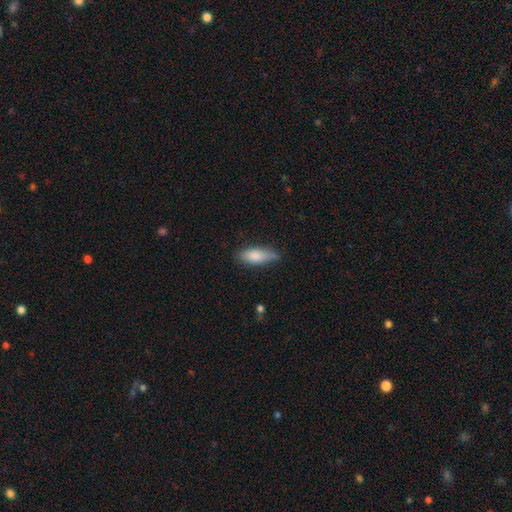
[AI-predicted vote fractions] Morphology: type=smooth (79%); roundness=in between (64%); merging=none (64%).